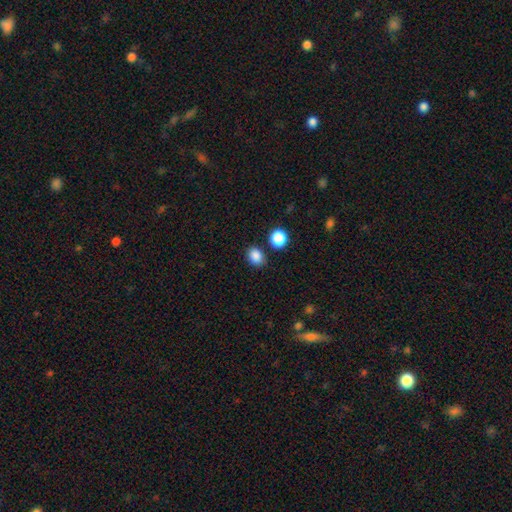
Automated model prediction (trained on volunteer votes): Q: Smooth or featured?
A: smooth (86%); runner-up: star or artifact (11%)
Q: How rounded?
A: in between (52%); runner-up: round (47%)
Q: Merging?
A: none (80%); runner-up: minor disturbance (11%)